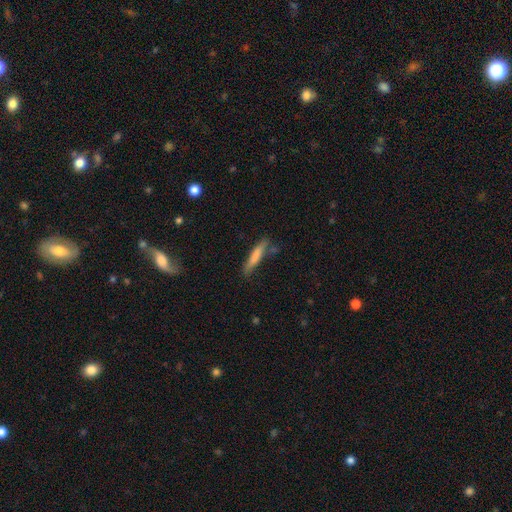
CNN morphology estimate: A smooth galaxy with no disk features (75%) that is cigar-shaped (90%).

Vote fractions:
- Smooth or featured? smooth: 75% / featured or disk: 19% / star or artifact: 6%
- How rounded? cigar-shaped: 90% / in between: 9% / round: 1%
- Merging? none: 69% / minor disturbance: 20% / merger: 6% / major disturbance: 5%